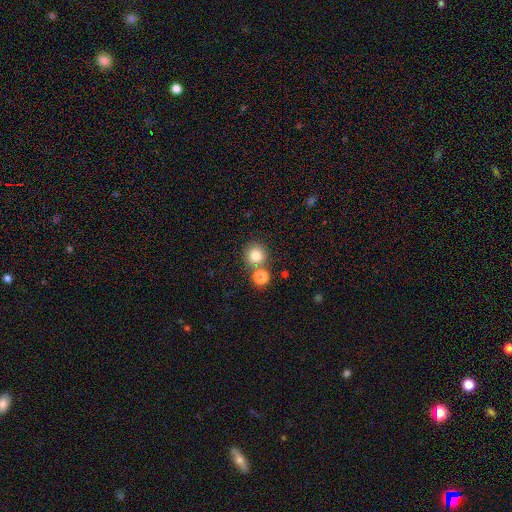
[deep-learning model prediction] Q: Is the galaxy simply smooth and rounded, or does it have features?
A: smooth — 80%.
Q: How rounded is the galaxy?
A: round — 92%.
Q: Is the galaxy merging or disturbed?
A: none — 70%.